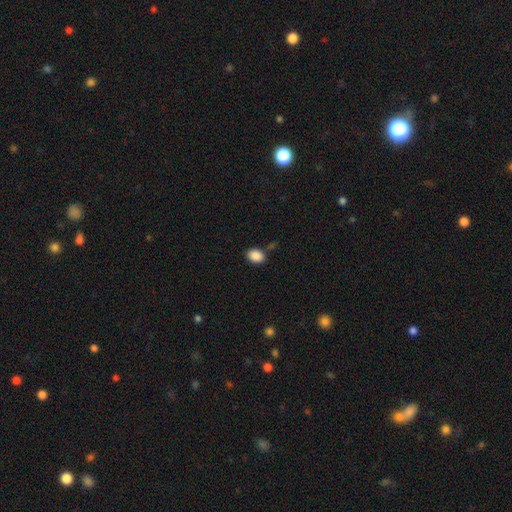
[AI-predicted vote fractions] Q: Smooth or featured?
A: smooth (89%); runner-up: star or artifact (8%)
Q: How rounded?
A: in between (72%); runner-up: round (27%)
Q: Merging?
A: none (81%); runner-up: minor disturbance (12%)